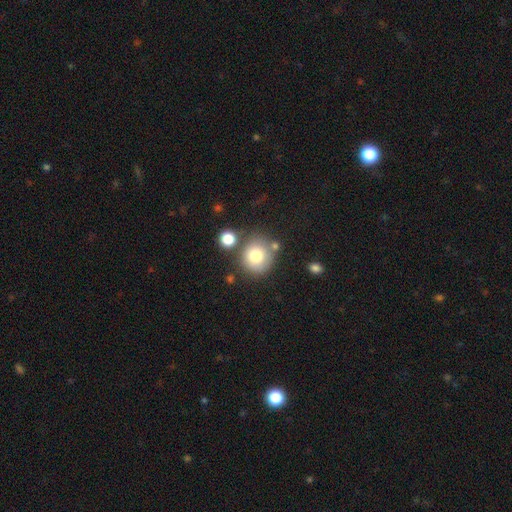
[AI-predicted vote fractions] smooth 77%, featured or disk 13%, star or artifact 10%. Down the decision tree: how rounded — round (86%); merging — none (68%).